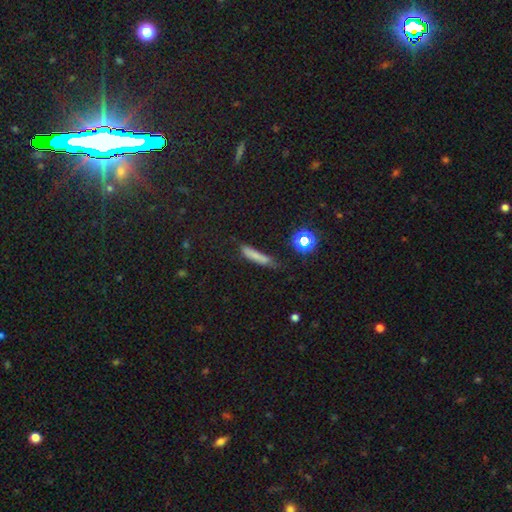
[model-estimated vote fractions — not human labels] smooth_or_featured: smooth (p=0.72) [alt: star or artifact p=0.15]
how_rounded: cigar-shaped (p=0.84) [alt: in between p=0.12]
merging: none (p=0.62) [alt: minor disturbance p=0.25]